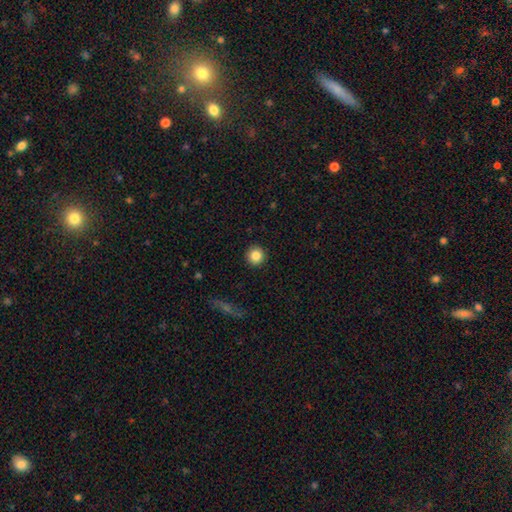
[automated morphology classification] Smooth or featured: smooth — 85% (star or artifact — 10%)
How rounded: round — 95% (in between — 4%)
Merging: none — 92% (minor disturbance — 5%)